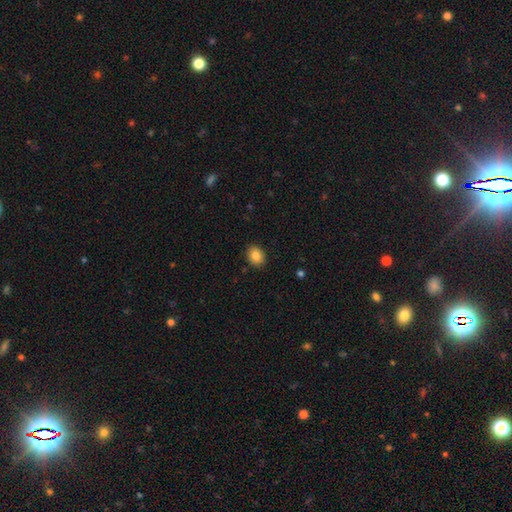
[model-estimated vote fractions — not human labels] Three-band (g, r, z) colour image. It shows a smooth galaxy with no disk features (86%) that is in between round and cigar-shaped (52%). Merging: none (89%).